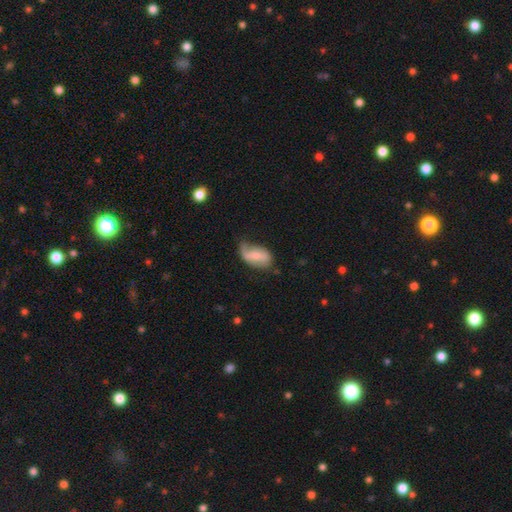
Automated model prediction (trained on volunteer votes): smooth_or_featured: featured or disk (p=0.50) [alt: smooth p=0.43]
disk_edge_on: no (p=0.94) [alt: yes p=0.06]
merging: none (p=0.39) [tied with: minor disturbance p=0.39]